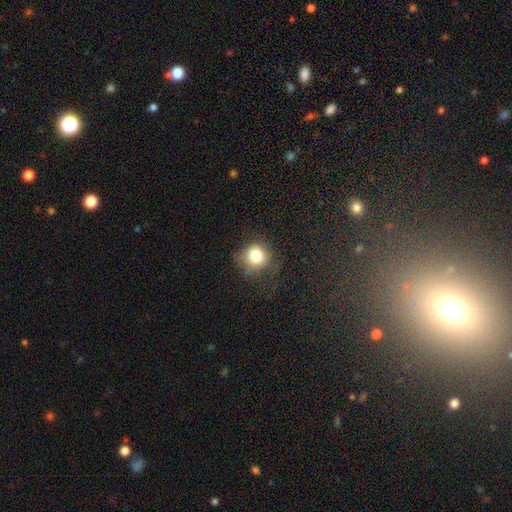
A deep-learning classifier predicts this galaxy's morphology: Q: Smooth or featured?
A: smooth (80%); runner-up: star or artifact (12%)
Q: How rounded?
A: round (86%); runner-up: in between (13%)
Q: Merging?
A: none (71%); runner-up: minor disturbance (19%)